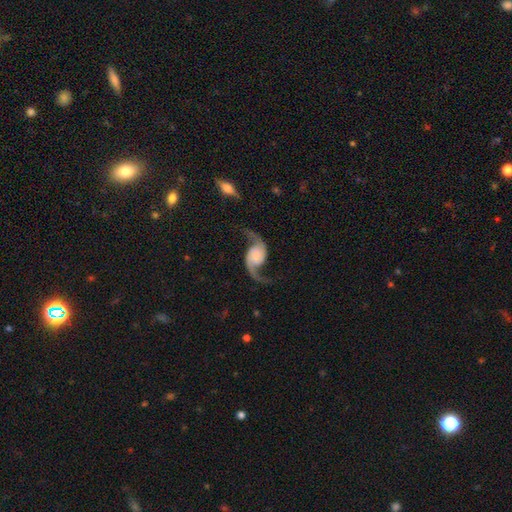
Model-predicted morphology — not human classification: smooth-or-featured: featured or disk: 91% | star or artifact: 5% | smooth: 4%
  disk-edge-on: no: 98% | yes: 2%
    bar: no: 70% | weak: 23% | strong: 7%
    has-spiral-arms: yes: 98% | no: 2%
      spiral-winding: loose: 82% | medium: 14% | tight: 3%
      spiral-arm-count: 2: 94% | 1: 2% | can't tell: 1% | 3: 1% | 4: 1% | more than 4: 1%
    bulge-size: small: 35% | none: 21% | moderate: 21% | large: 15% | dominant: 8%
  merging: none: 74% | minor disturbance: 14% | major disturbance: 10% | merger: 3%